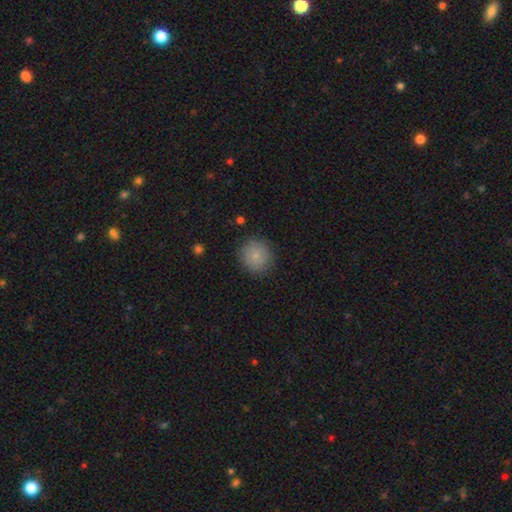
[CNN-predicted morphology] The model was most divided on "smooth or featured": smooth: 81%, featured or disk: 10%, star or artifact: 8%. More confident: how rounded — round (91%); merging — none (86%).